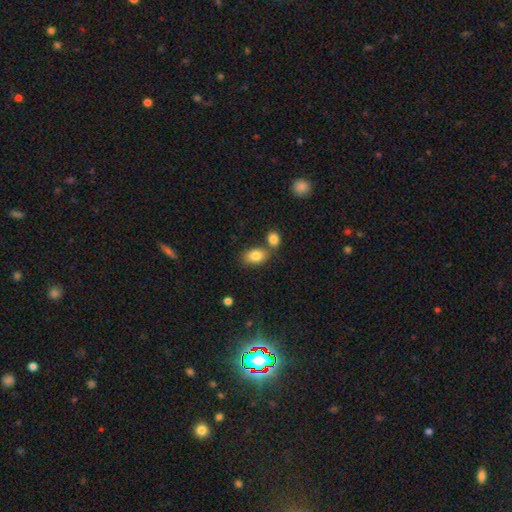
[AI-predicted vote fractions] Overall: smooth (84%). How rounded: in between (84%). Merging: none (59%; merger 26%).